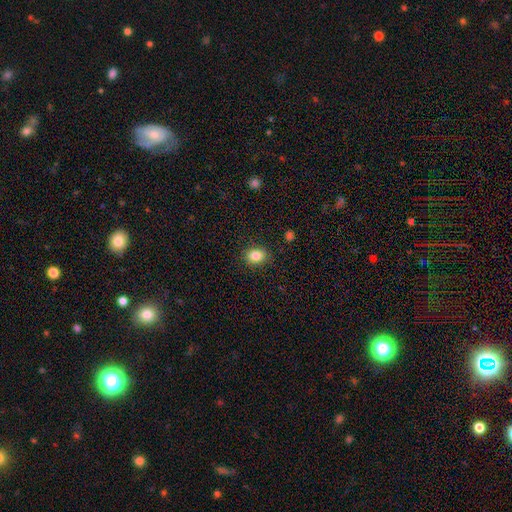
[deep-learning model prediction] The model was most divided on "how rounded": in between: 52%, round: 47%, cigar-shaped: 1%. More confident: merging — none (87%); smooth or featured — smooth (85%).